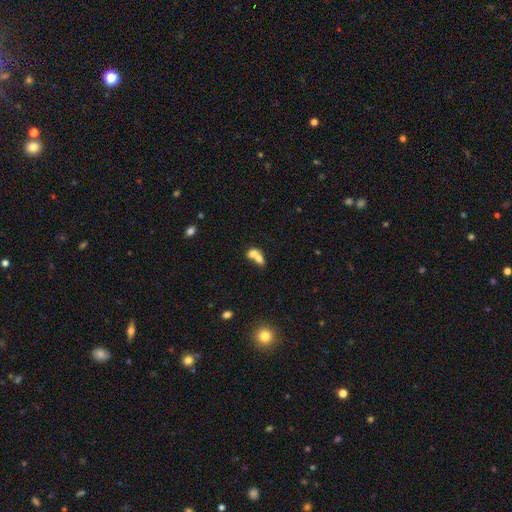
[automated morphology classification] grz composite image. It shows a smooth galaxy with no disk features (70%) that is in between round and cigar-shaped (67%). Merging: merger (75%).